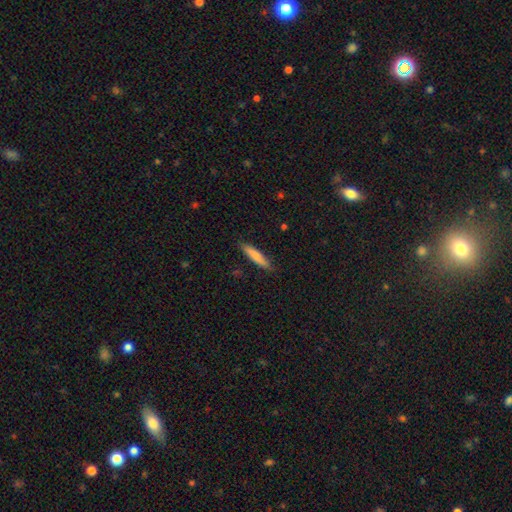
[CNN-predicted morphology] Overall: smooth (77%). How rounded: cigar-shaped (86%). Merging: none (87%).